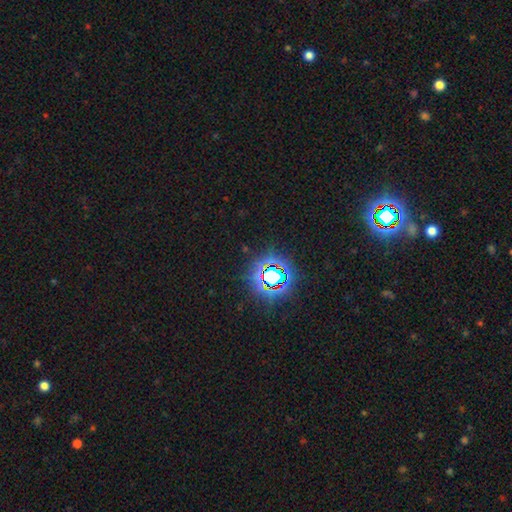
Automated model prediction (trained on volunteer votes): Smooth or featured: star or artifact — 80% (smooth — 13%)